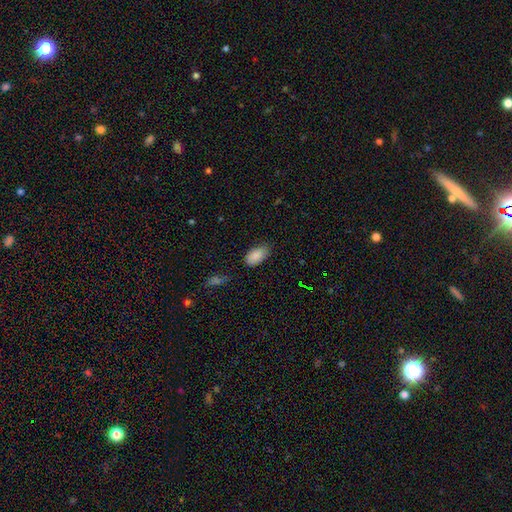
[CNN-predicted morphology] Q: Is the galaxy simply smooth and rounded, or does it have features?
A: smooth — 87%.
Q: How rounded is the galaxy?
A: in between — 94%.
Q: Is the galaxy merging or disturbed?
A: none — 75%.